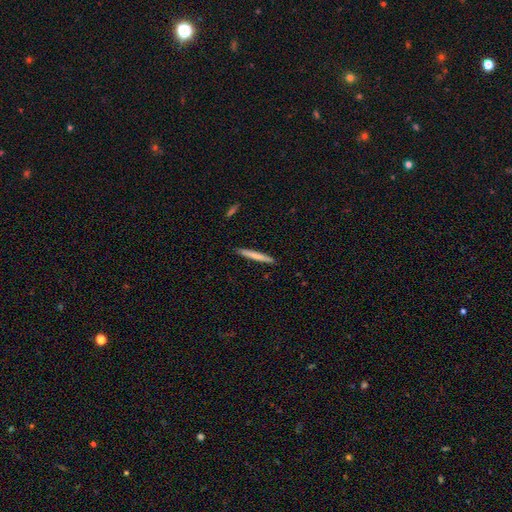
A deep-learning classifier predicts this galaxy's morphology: smooth 71%, featured or disk 23%, star or artifact 6%. Down the decision tree: how rounded — cigar-shaped (96%); merging — none (91%).